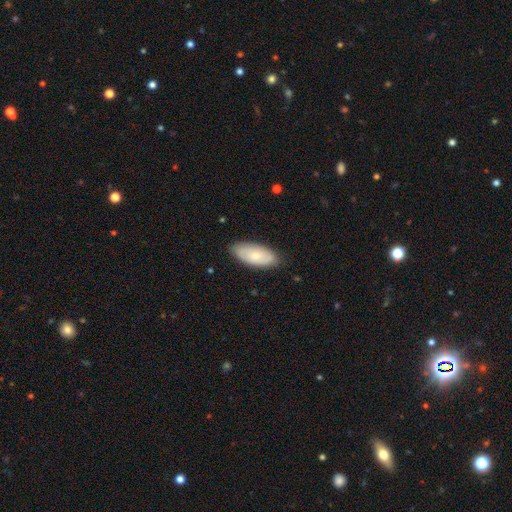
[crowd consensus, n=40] Overall: smooth (65%; featured or disk 32%). How rounded: in between (100%). Merging: none (82%).